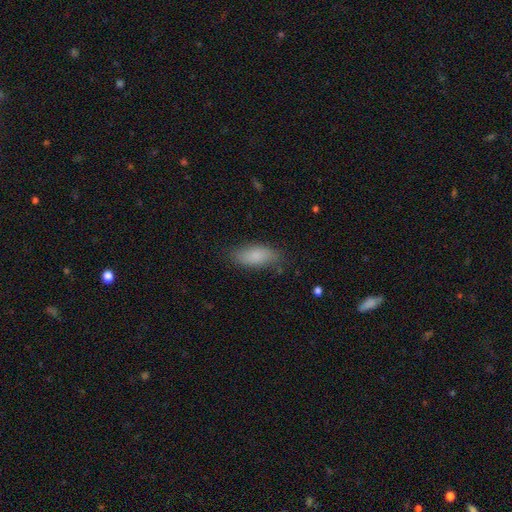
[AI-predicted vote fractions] Overall: smooth (84%). How rounded: in between (82%). Merging: none (77%).